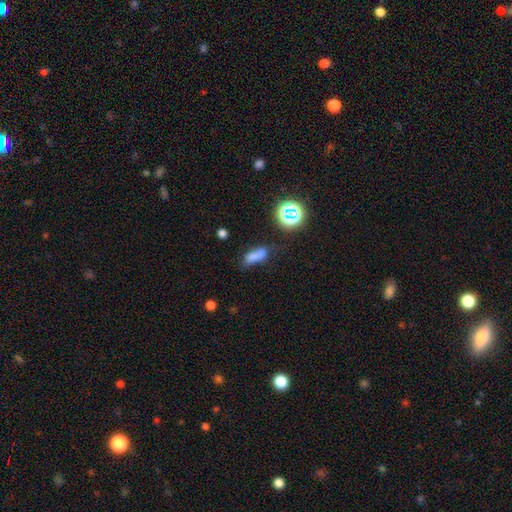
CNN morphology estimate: This appears to be a smooth galaxy with no disk features (67%) that is in between round and cigar-shaped (70%). Merging: none (43%).